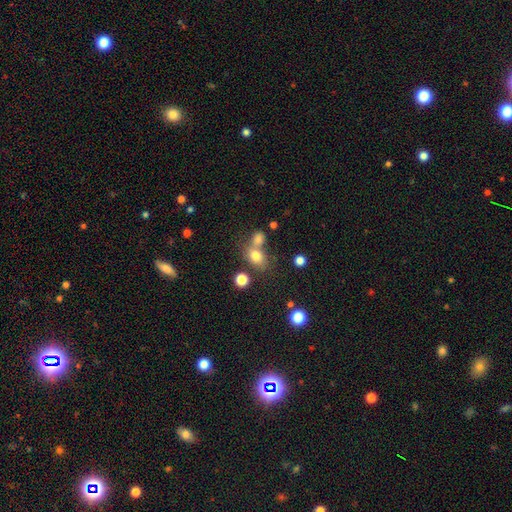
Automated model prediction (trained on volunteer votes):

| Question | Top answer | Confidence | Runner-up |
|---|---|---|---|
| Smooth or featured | smooth | 76% | star or artifact (13%) |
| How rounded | in between | 58% | round (41%) |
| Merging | none | 45% | merger (39%) |